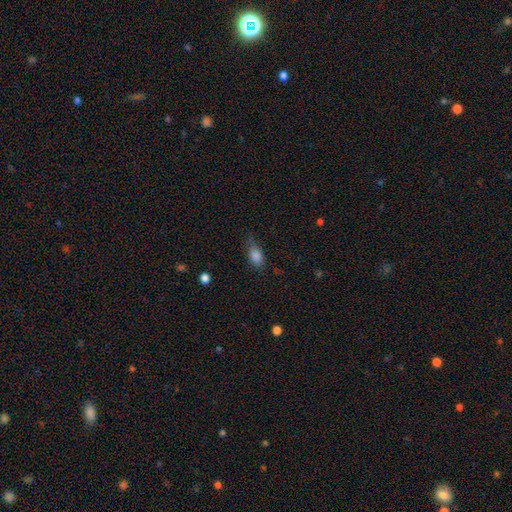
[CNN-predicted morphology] Smooth or featured? Predicted: smooth (p=0.85). How rounded? Predicted: in between (p=0.86). Merging? Predicted: none (p=0.57).